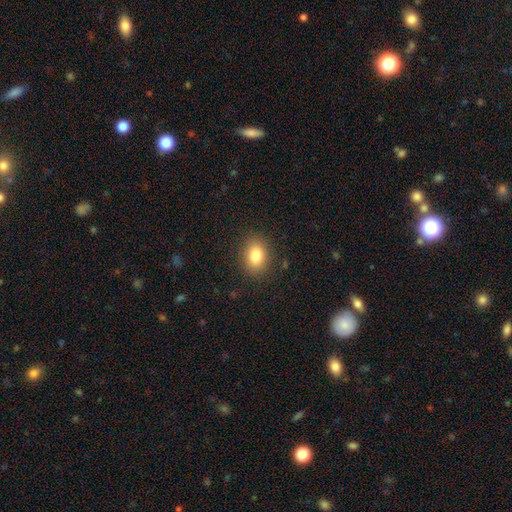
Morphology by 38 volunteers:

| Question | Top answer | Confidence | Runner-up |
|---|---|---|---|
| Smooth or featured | smooth | 84% | featured or disk (8%) |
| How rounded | in between | 59% | round (38%) |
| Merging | none | 80% | minor disturbance (11%) |